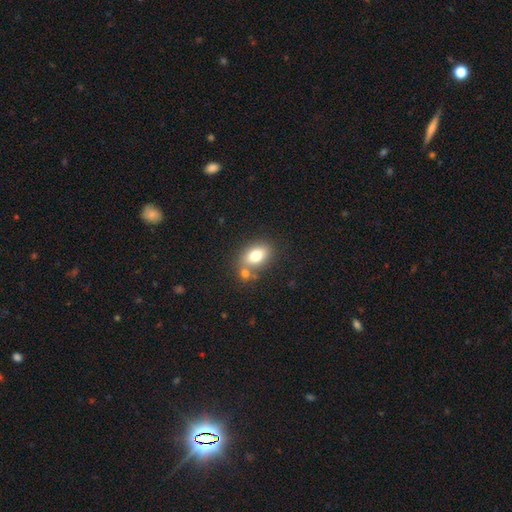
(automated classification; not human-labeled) smooth 76%, featured or disk 15%, star or artifact 9%. Down the decision tree: how rounded — in between (81%); merging — none (58%).